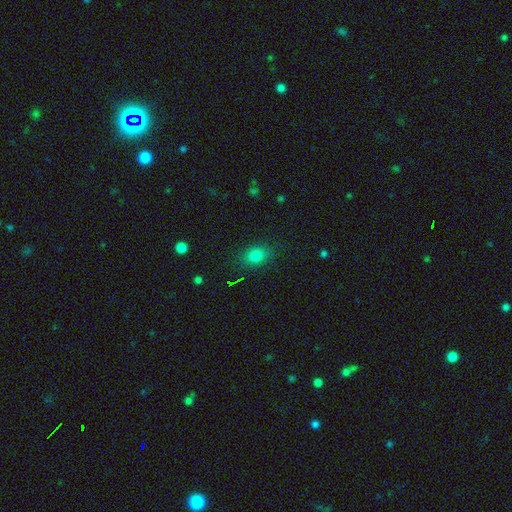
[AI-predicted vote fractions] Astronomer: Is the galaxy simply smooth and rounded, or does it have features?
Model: smooth — 80%.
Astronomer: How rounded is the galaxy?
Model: in between — 62%.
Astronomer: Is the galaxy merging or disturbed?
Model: none — 83%.